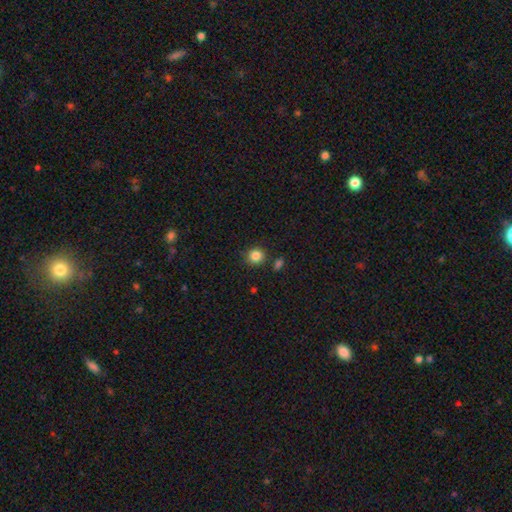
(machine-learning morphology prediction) smooth-or-featured: smooth: 85% | star or artifact: 11% | featured or disk: 5%
  how-rounded: round: 90% | in between: 9% | cigar-shaped: 1%
  merging: none: 83% | minor disturbance: 9% | merger: 5% | major disturbance: 3%